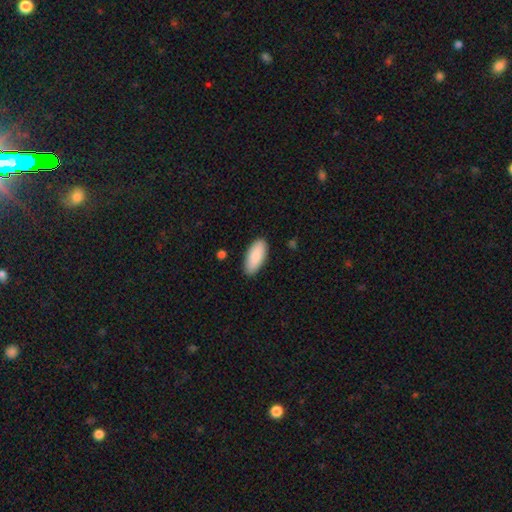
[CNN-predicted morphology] This is clearly a smooth galaxy (89%). How rounded: clearly in between (89%). Merging: clearly none (89%).